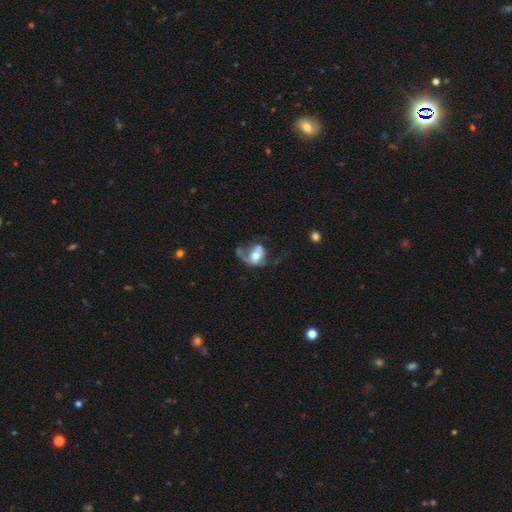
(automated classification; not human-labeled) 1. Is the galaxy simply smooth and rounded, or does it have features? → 47% smooth, 45% featured or disk, 8% star or artifact.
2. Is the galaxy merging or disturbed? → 49% major disturbance, 23% none, 19% minor disturbance, 8% merger.